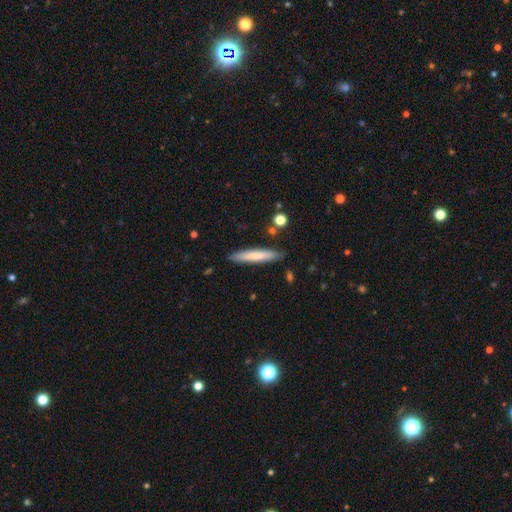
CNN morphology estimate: A smooth galaxy with no disk features (68%) that is cigar-shaped (92%). Merging: none (87%).